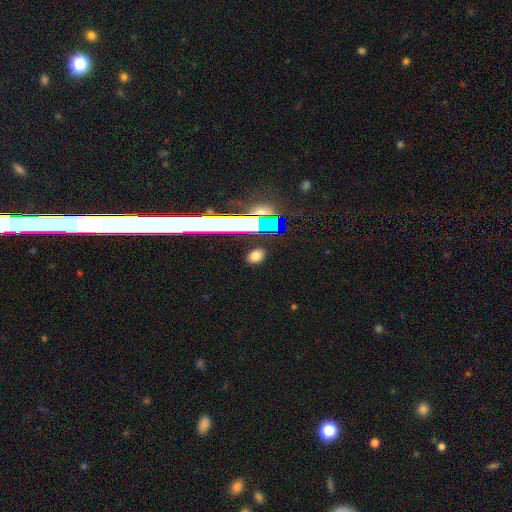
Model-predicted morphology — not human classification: smooth 71%, star or artifact 19%, featured or disk 10%. Down the decision tree: how rounded — in between (53%); merging — none (86%).